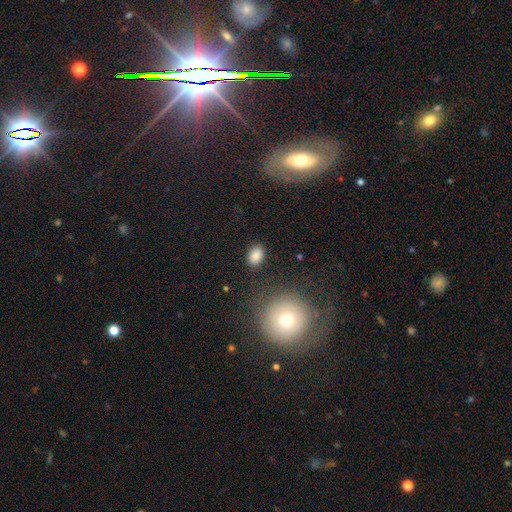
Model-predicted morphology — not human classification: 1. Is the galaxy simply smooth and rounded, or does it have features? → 85% smooth, 10% star or artifact, 5% featured or disk.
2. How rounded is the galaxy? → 80% in between, 19% round, 1% cigar-shaped.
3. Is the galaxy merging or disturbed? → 85% none, 10% minor disturbance, 3% major disturbance, 2% merger.